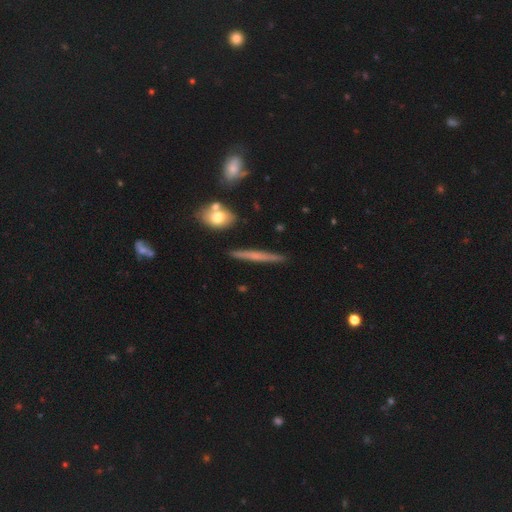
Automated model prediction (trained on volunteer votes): Smooth or featured: featured or disk — 51% (smooth — 42%)
Edge-on disk: yes — 95% (no — 5%)
Merging: none — 88% (minor disturbance — 8%)